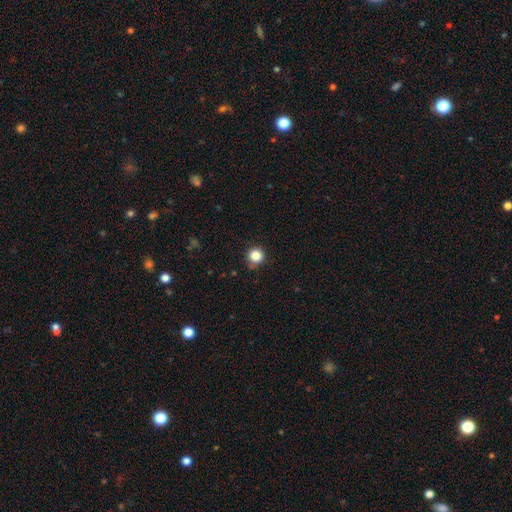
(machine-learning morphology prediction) A smooth galaxy with no disk features (84%) that is round (93%).

Vote fractions:
- Smooth or featured? smooth: 84% / star or artifact: 11% / featured or disk: 5%
- How rounded? round: 93% / in between: 6% / cigar-shaped: 1%
- Merging? none: 82% / minor disturbance: 13% / major disturbance: 3% / merger: 2%